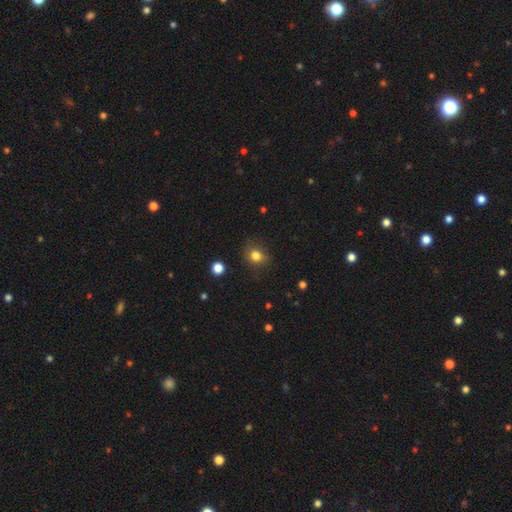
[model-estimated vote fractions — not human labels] smooth 80%, star or artifact 14%, featured or disk 7%. Down the decision tree: how rounded — round (72%); merging — none (80%).